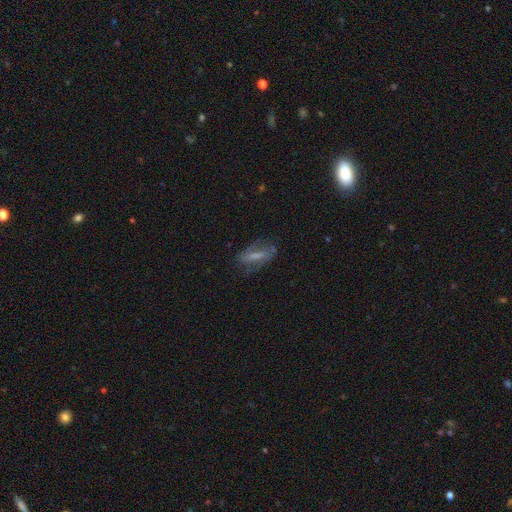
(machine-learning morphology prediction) Overall: featured or disk (52%; smooth 37%). Edge-on disk: no (82%). Merging: none (61%; minor disturbance 22%).